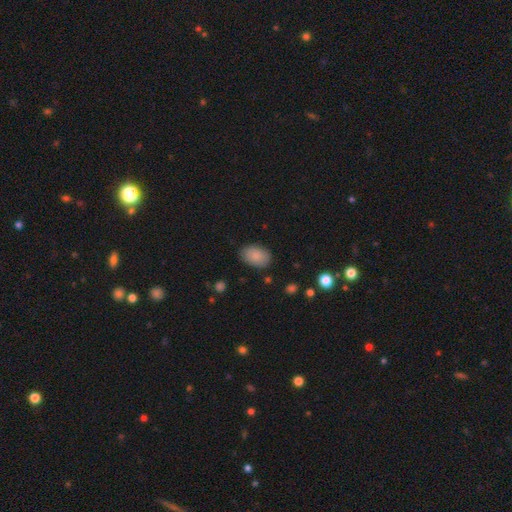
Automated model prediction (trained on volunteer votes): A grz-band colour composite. It shows a smooth galaxy with no disk features (86%) that is in between round and cigar-shaped (88%). Merging: none (84%).